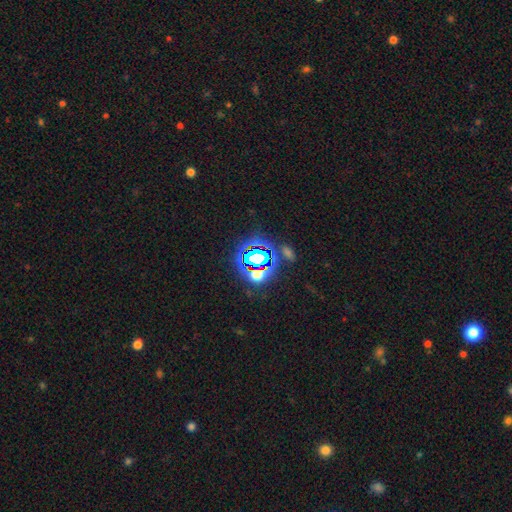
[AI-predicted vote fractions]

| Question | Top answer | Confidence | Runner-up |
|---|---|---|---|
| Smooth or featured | star or artifact | 68% | smooth (21%) |